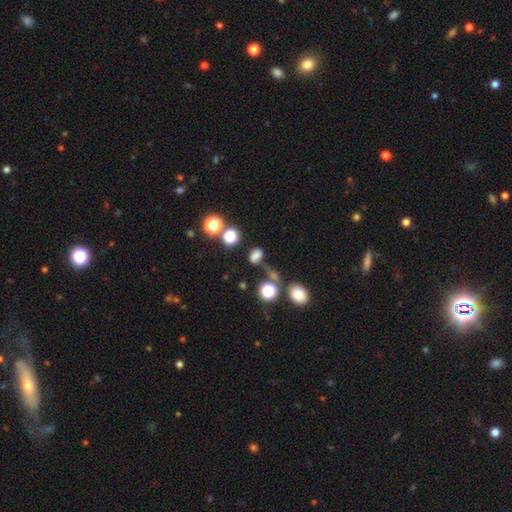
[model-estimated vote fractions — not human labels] Overall: smooth (71%). How rounded: in between (67%; round 30%). Merging: none (51%; minor disturbance 19%).